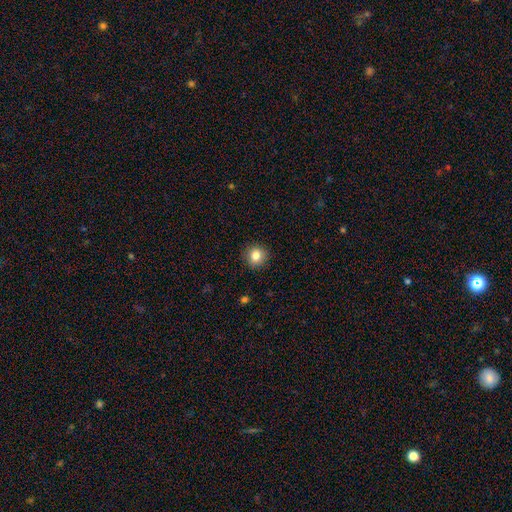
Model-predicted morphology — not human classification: The model was most divided on "smooth or featured": smooth: 83%, star or artifact: 10%, featured or disk: 6%. More confident: how rounded — round (92%); merging — none (91%).